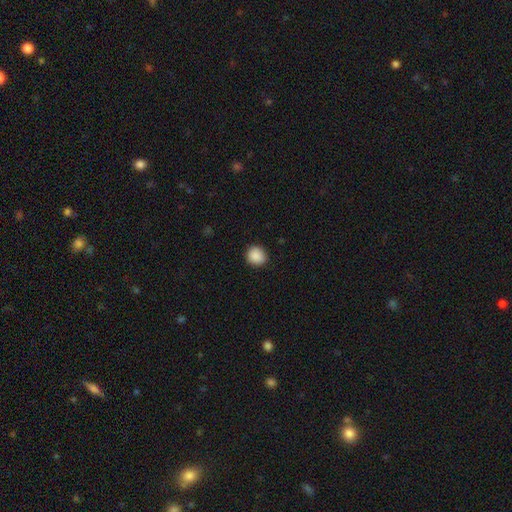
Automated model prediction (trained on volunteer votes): Q: Smooth or featured?
A: smooth (89%); runner-up: star or artifact (8%)
Q: How rounded?
A: round (83%); runner-up: in between (16%)
Q: Merging?
A: none (88%); runner-up: minor disturbance (9%)